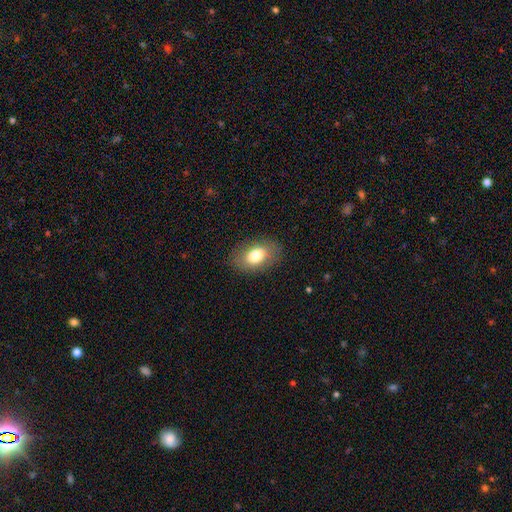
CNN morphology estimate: smooth-or-featured: smooth: 76% | featured or disk: 17% | star or artifact: 8%
  how-rounded: in between: 87% | round: 12% | cigar-shaped: 1%
  merging: none: 83% | minor disturbance: 12% | major disturbance: 4% | merger: 1%